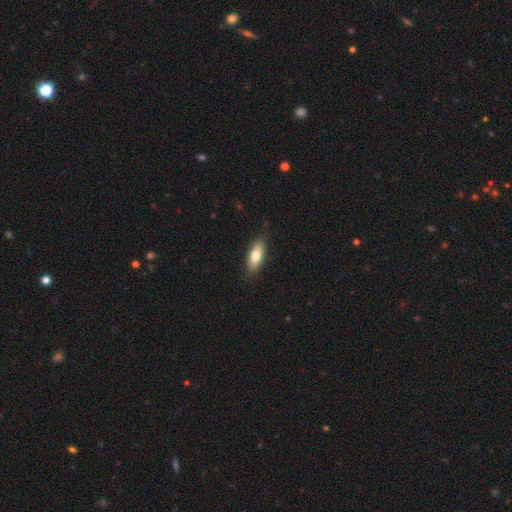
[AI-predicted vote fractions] Smooth or featured: smooth — 75% (featured or disk — 19%)
How rounded: in between — 75% (cigar-shaped — 23%)
Merging: none — 86% (minor disturbance — 11%)